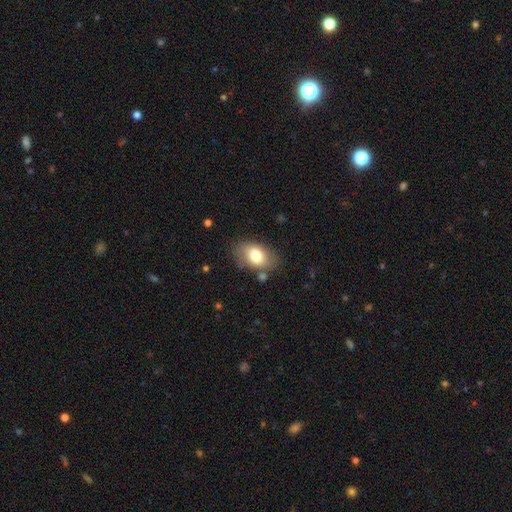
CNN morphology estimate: type=smooth (75%); roundness=in between (87%); merging=none (73%).